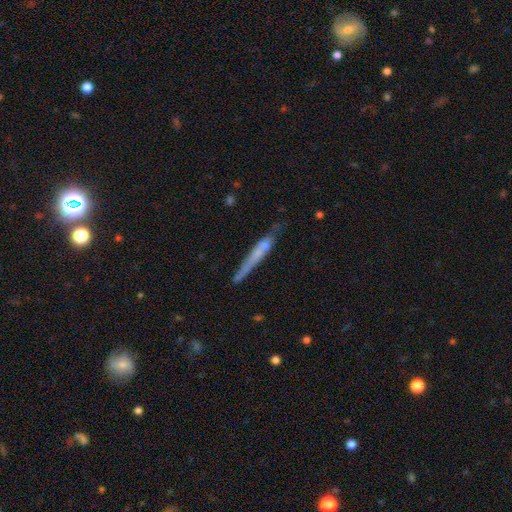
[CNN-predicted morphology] type=smooth (49%); merging=none (65%).